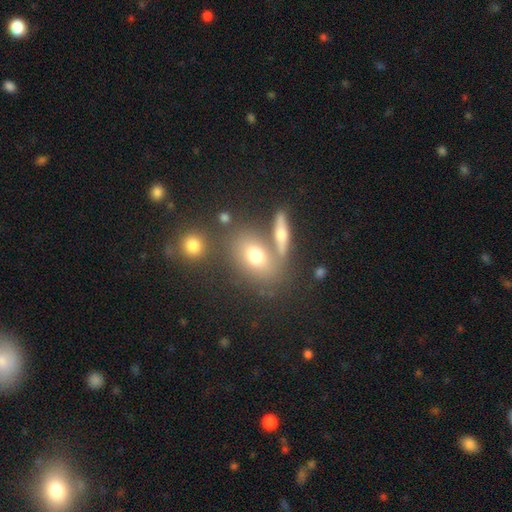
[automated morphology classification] Smooth or featured? smooth (68%)
How rounded? in between (71%)
Merging? none (59%)